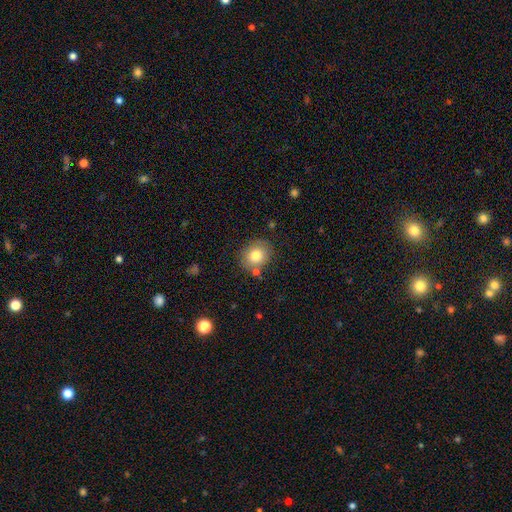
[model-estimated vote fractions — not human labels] Smooth or featured?
  - smooth: 80% *
  - featured or disk: 11%
  - star or artifact: 10%
How rounded?
  - round: 71% *
  - in between: 28%
  - cigar-shaped: 1%
Merging?
  - none: 79% *
  - minor disturbance: 12%
  - merger: 6%
  - major disturbance: 3%